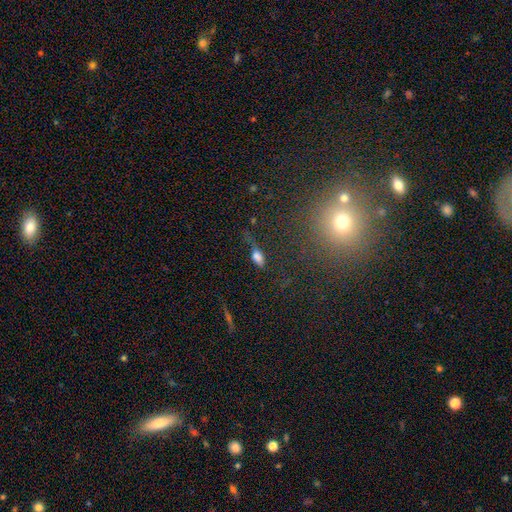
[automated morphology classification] Overall: smooth (71%). How rounded: in between (74%). Merging: none (41%; minor disturbance 30%).